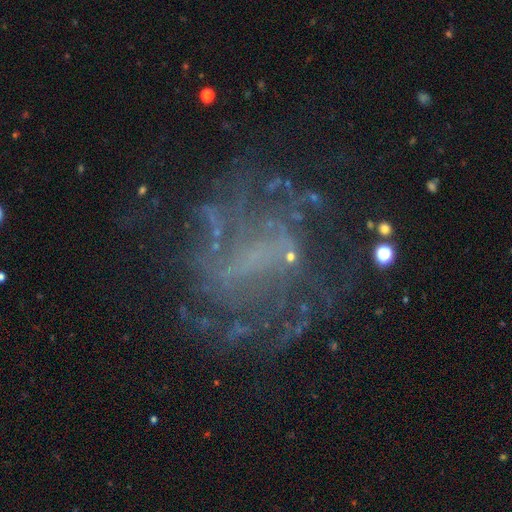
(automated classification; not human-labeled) smooth-or-featured: featured or disk: 70% | star or artifact: 19% | smooth: 12%
  disk-edge-on: no: 97% | yes: 3%
    bar: no: 49% | weak: 35% | strong: 17%
    has-spiral-arms: yes: 60% | no: 40%
    bulge-size: none: 62% | small: 25% | moderate: 9% | large: 2% | dominant: 1%
  merging: none: 59% | major disturbance: 23% | minor disturbance: 15% | merger: 3%